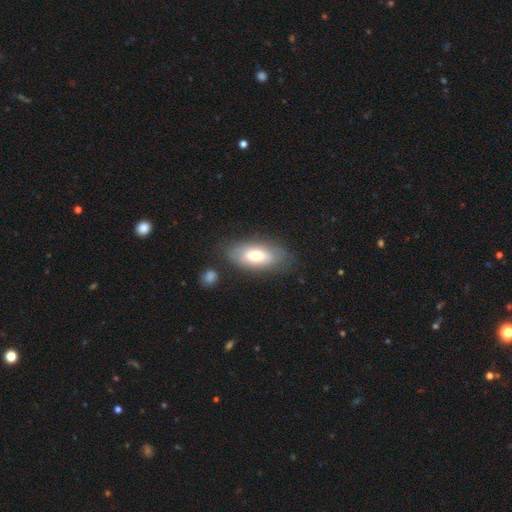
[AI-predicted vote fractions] Overall: smooth (62%; featured or disk 31%). How rounded: in between (87%). Merging: none (74%).